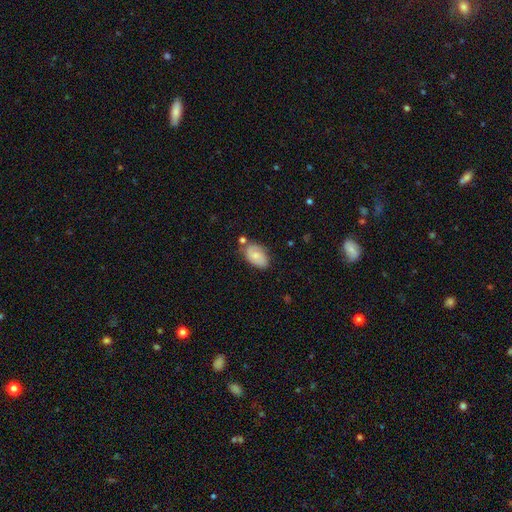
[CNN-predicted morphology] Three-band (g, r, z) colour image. It shows a smooth galaxy with no disk features (64%) that is in between round and cigar-shaped (91%). Merging: none (61%).